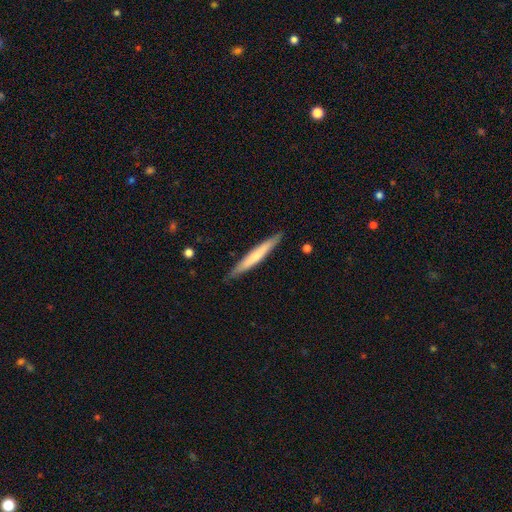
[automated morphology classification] Q: Smooth or featured?
A: smooth (57%); runner-up: featured or disk (38%)
Q: How rounded?
A: cigar-shaped (96%); runner-up: in between (3%)
Q: Merging?
A: none (88%); runner-up: minor disturbance (9%)